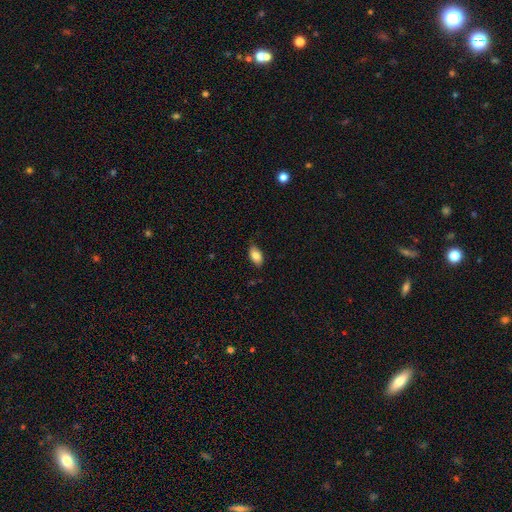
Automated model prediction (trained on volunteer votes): This appears to be a smooth galaxy with no disk features (84%) that is in between round and cigar-shaped (92%). Merging: none (77%).